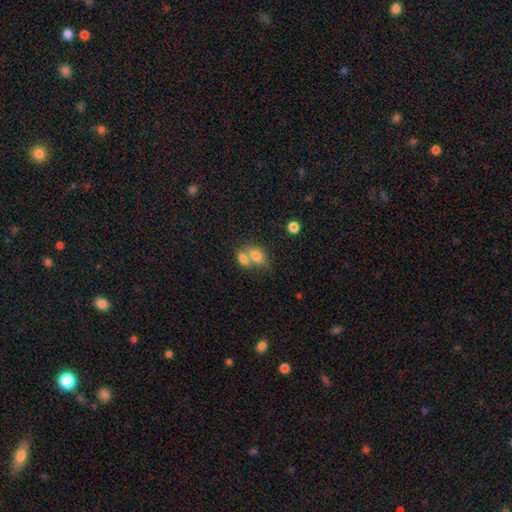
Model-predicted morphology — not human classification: smooth_or_featured: smooth (p=0.79) [alt: featured or disk p=0.12]
how_rounded: in between (p=0.82) [alt: round p=0.15]
merging: merger (p=0.59) [alt: none p=0.28]